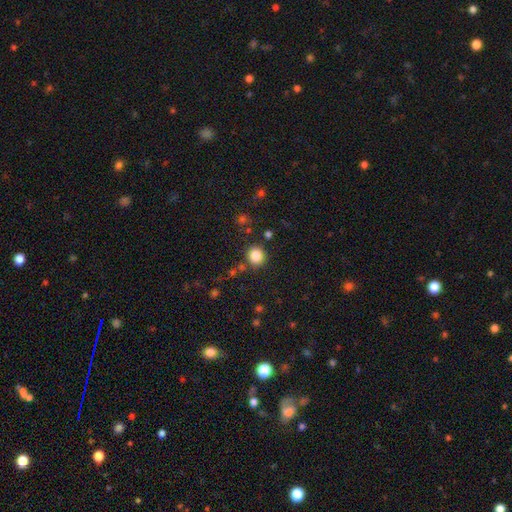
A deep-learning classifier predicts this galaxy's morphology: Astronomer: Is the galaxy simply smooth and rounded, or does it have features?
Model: smooth — 85%.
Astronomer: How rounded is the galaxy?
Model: round — 89%.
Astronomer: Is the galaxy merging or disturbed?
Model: none — 86%.